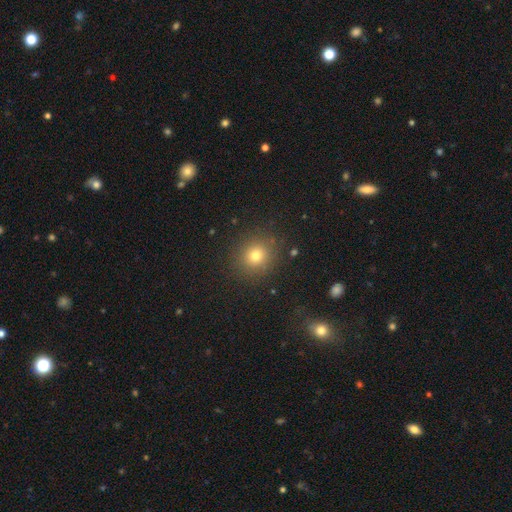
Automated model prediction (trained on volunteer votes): This appears to be a smooth galaxy with no disk features (75%) that is round (87%). Merging: none (88%).